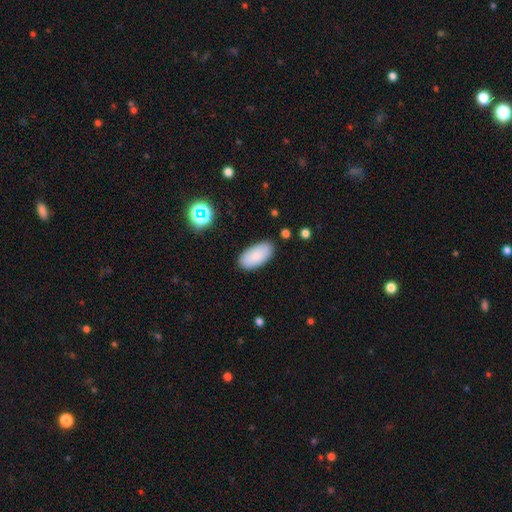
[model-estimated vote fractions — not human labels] Morphology: type=smooth (85%); roundness=in between (94%); merging=none (86%).